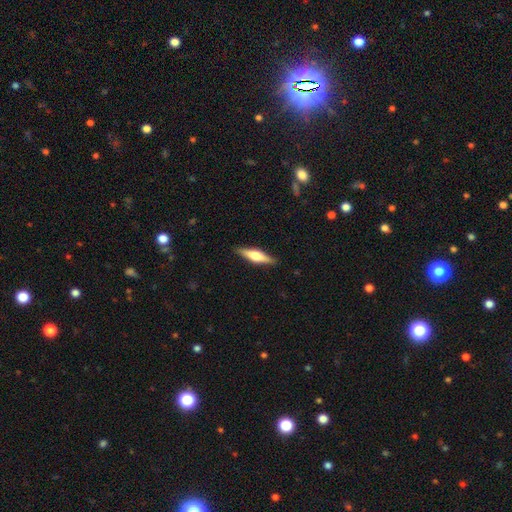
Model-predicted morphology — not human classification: smooth-or-featured: featured or disk: 56% | smooth: 39% | star or artifact: 5%
  disk-edge-on: yes: 96% | no: 4%
    edge-on-bulge: rounded: 86% | boxy: 11% | none: 3%
  merging: none: 89% | minor disturbance: 8% | major disturbance: 2% | merger: 1%